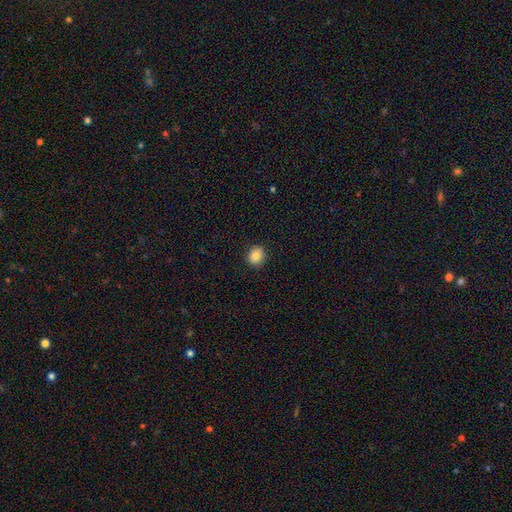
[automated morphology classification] This is clearly a smooth galaxy (86%). How rounded: likely round (75%). Merging: clearly none (90%).